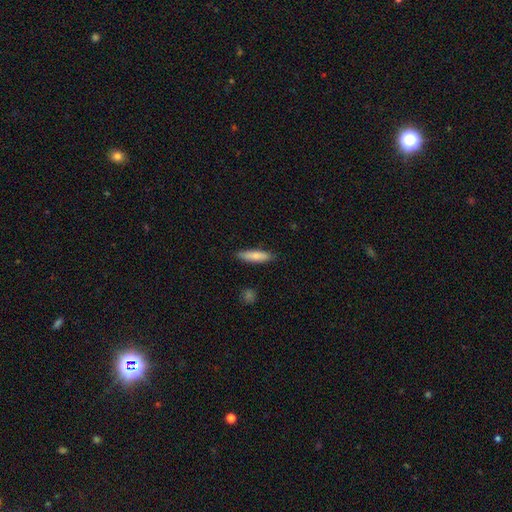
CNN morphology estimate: Smooth or featured: smooth — 80% (featured or disk — 14%)
How rounded: cigar-shaped — 73% (in between — 26%)
Merging: none — 87% (minor disturbance — 10%)